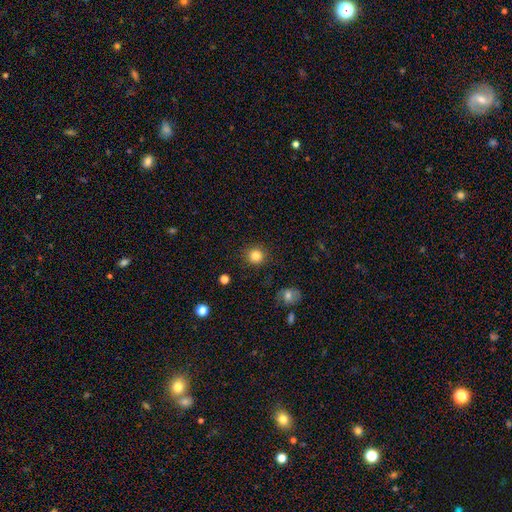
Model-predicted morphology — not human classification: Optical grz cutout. It shows a smooth galaxy with no disk features (84%) that is round (93%). Merging: none (88%).